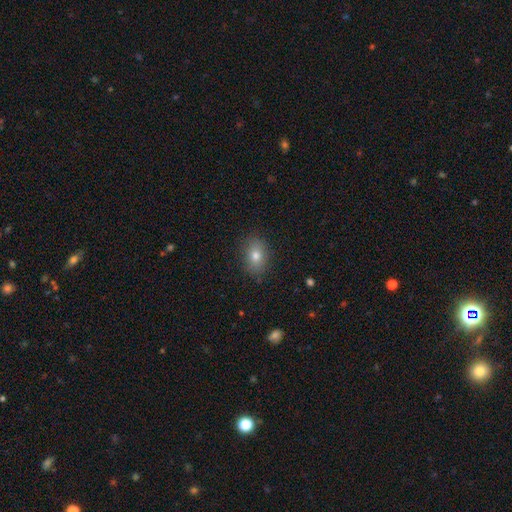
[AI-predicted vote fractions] smooth-or-featured: smooth: 77% | featured or disk: 13% | star or artifact: 11%
  how-rounded: in between: 79% | round: 19% | cigar-shaped: 2%
  merging: none: 86% | minor disturbance: 10% | major disturbance: 3% | merger: 1%